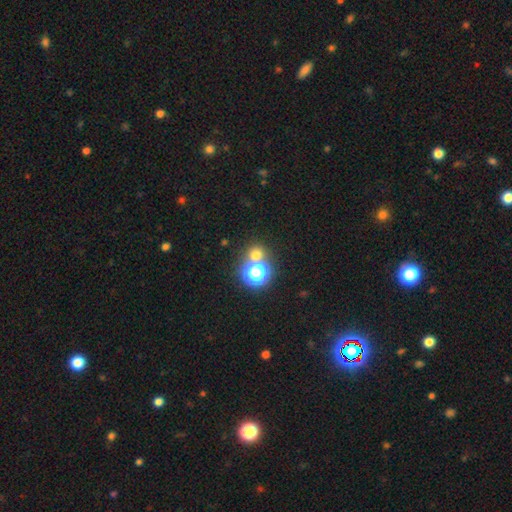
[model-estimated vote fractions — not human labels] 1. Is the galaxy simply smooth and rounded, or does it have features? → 62% smooth, 31% star or artifact, 7% featured or disk.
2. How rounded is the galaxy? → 89% round, 10% in between, 1% cigar-shaped.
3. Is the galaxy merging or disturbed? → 66% none, 24% merger, 6% minor disturbance, 3% major disturbance.